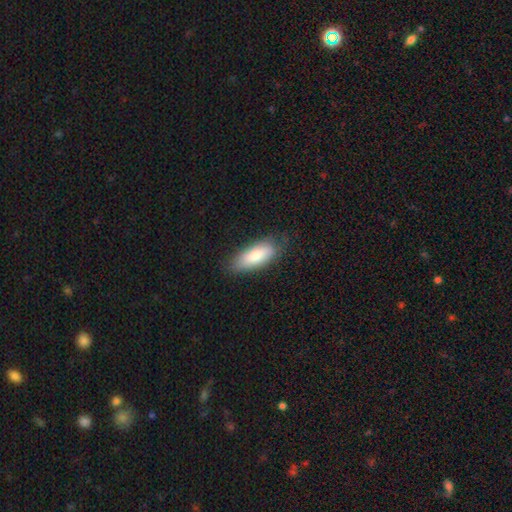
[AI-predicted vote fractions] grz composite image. It shows a smooth galaxy with no disk features (81%) that is in between round and cigar-shaped (79%). Merging: none (76%).